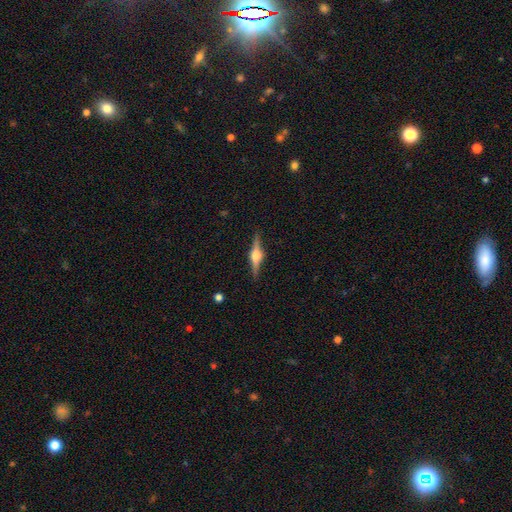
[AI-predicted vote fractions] A featured or disk galaxy (81%) viewed edge-on (98%) with a rounded central bulge (91%). Merging: none (90%).